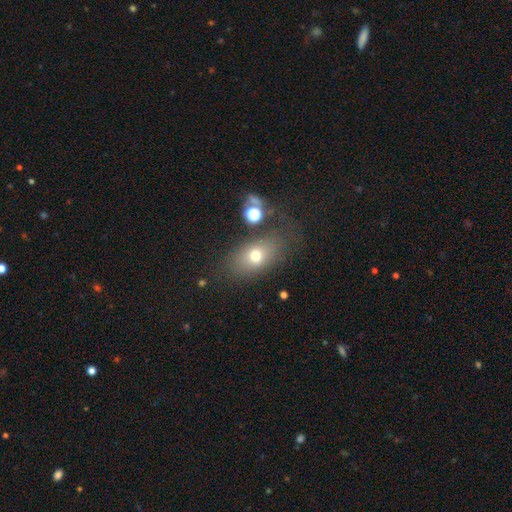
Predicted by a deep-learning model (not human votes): Q: Smooth or featured?
A: smooth (70%); runner-up: featured or disk (16%)
Q: How rounded?
A: in between (78%); runner-up: round (19%)
Q: Merging?
A: none (70%); runner-up: minor disturbance (16%)